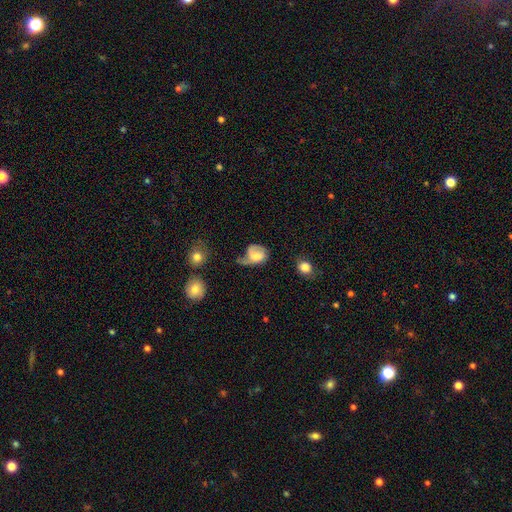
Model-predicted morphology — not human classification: A smooth galaxy with no disk features (48%). Merging: major disturbance (37%).